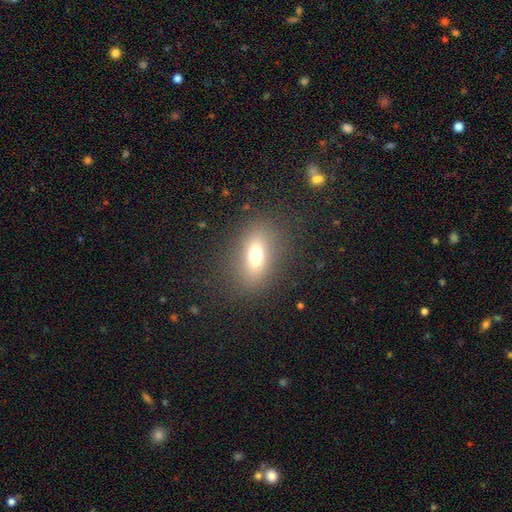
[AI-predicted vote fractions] The model was most divided on "smooth or featured": smooth: 66%, featured or disk: 18%, star or artifact: 15%. More confident: merging — none (82%); how rounded — in between (74%).